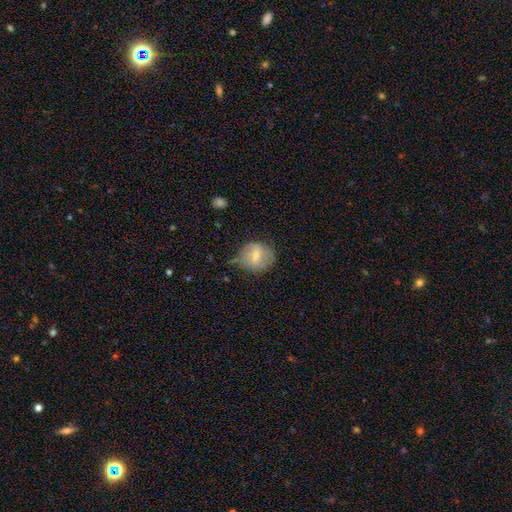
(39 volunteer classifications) This is likely a smooth galaxy (62%). How rounded: clearly round (83%). Merging: possibly none (59%).